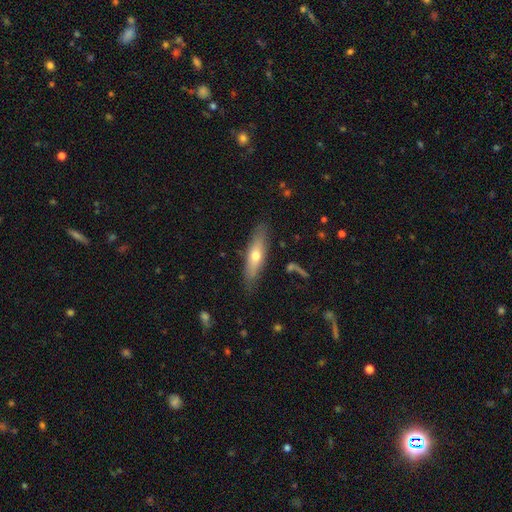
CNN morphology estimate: Smooth or featured: smooth — 53% (featured or disk — 41%)
How rounded: cigar-shaped — 68% (in between — 30%)
Merging: none — 81% (minor disturbance — 14%)